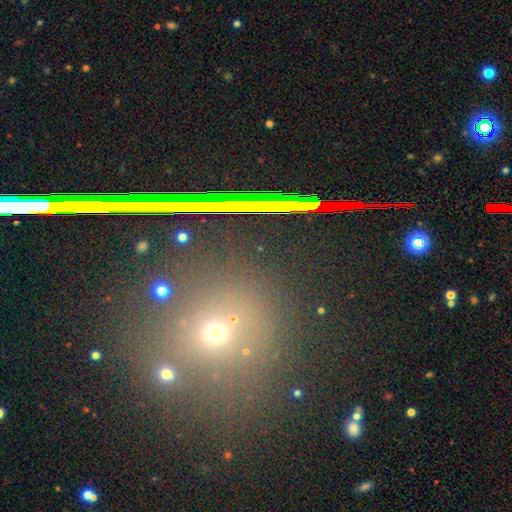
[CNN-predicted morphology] smooth_or_featured: star or artifact (p=0.51) [alt: smooth p=0.37]